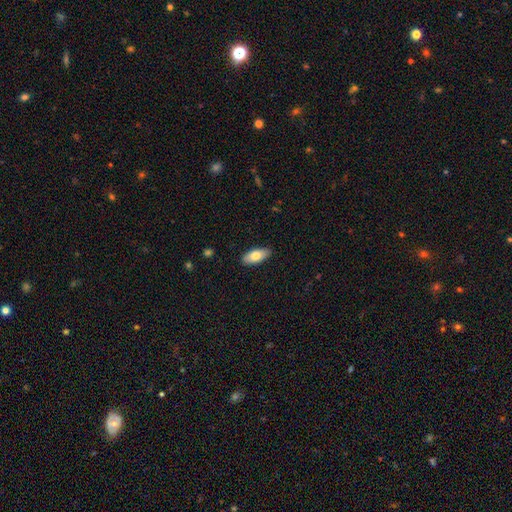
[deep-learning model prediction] smooth-or-featured: smooth: 75% | featured or disk: 19% | star or artifact: 6%
  how-rounded: in between: 87% | cigar-shaped: 11% | round: 2%
  merging: none: 88% | minor disturbance: 9% | major disturbance: 2% | merger: 1%